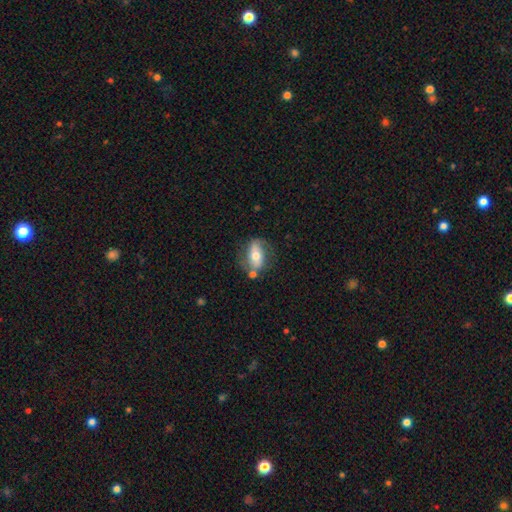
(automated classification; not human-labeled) Smooth or featured: smooth — 47% (featured or disk — 46%)
Merging: none — 60% (minor disturbance — 20%)